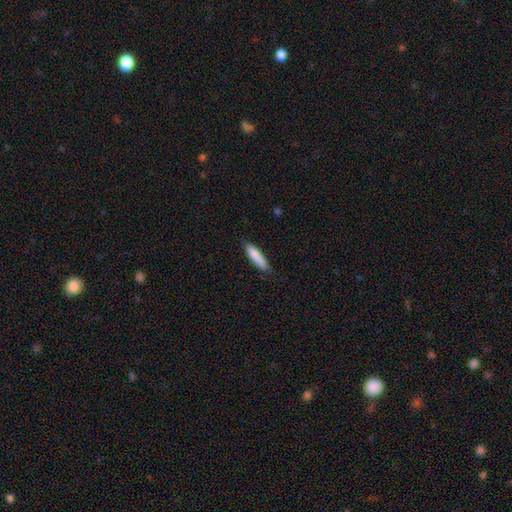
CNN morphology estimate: Smooth or featured: smooth — 86% (featured or disk — 8%)
How rounded: cigar-shaped — 68% (in between — 31%)
Merging: none — 79% (minor disturbance — 17%)